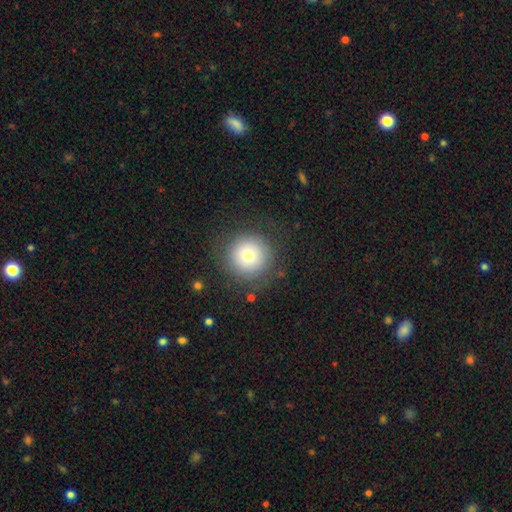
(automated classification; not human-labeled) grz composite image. It shows a smooth galaxy with no disk features (74%) that is round (96%). Merging: none (84%).